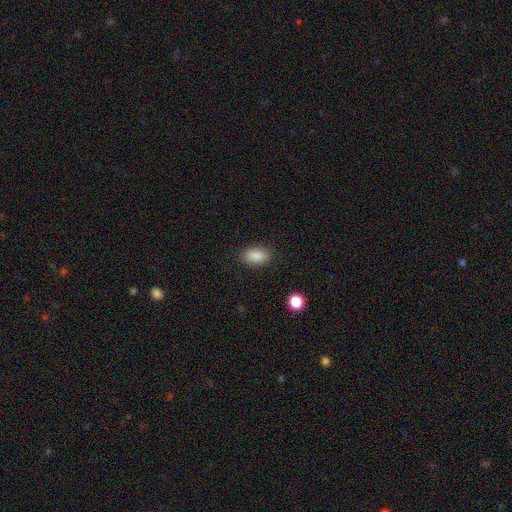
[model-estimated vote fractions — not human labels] A smooth galaxy with no disk features (88%) that is in between round and cigar-shaped (90%).

Vote fractions:
- Smooth or featured? smooth: 88% / star or artifact: 8% / featured or disk: 4%
- How rounded? in between: 90% / round: 7% / cigar-shaped: 3%
- Merging? none: 86% / minor disturbance: 10% / major disturbance: 3% / merger: 1%